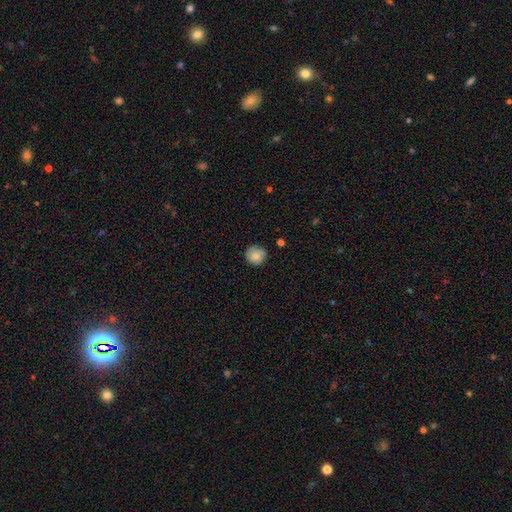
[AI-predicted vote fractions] This is likely a smooth galaxy (79%). How rounded: clearly round (90%). Merging: likely none (76%).